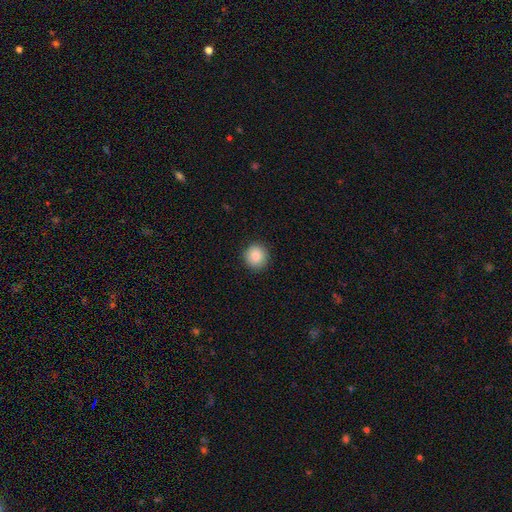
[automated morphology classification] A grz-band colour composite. It shows a smooth galaxy with no disk features (86%) that is round (91%). Merging: none (90%).